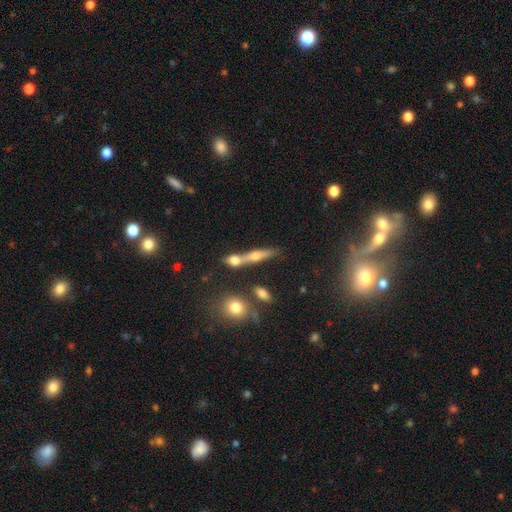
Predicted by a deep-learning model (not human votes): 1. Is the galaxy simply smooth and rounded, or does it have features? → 46% featured or disk, 44% smooth, 10% star or artifact.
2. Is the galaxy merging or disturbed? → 52% none, 32% merger, 11% minor disturbance, 5% major disturbance.